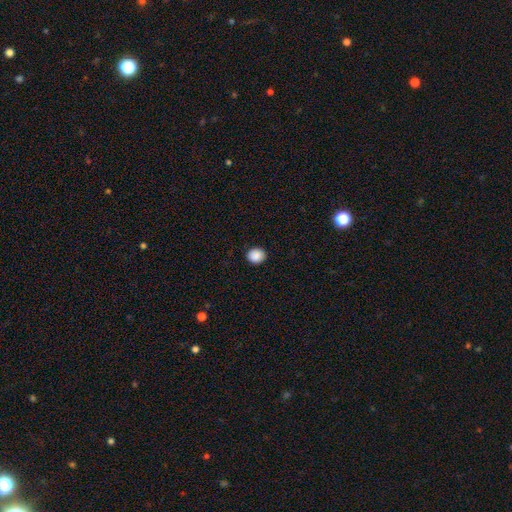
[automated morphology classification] This appears to be a smooth galaxy with no disk features (89%) that is round (70%). Merging: none (90%).